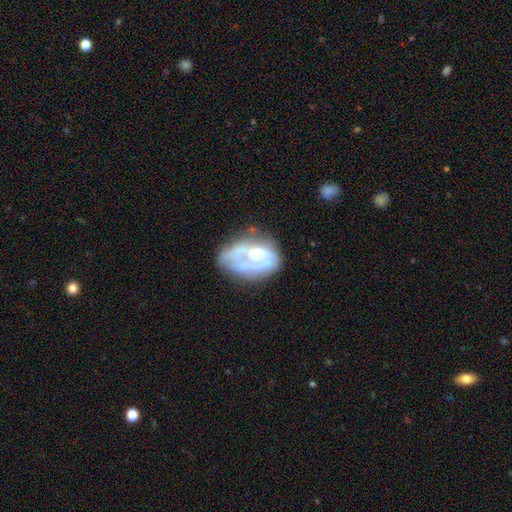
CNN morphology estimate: Smooth or featured: featured or disk — 61% (smooth — 31%)
Edge-on disk: no — 97% (yes — 3%)
Bar: no — 79% (weak — 17%)
Spiral arms: no — 62% (yes — 38%)
Bulge size: moderate — 56% (small — 21%)
Merging: none — 37% (major disturbance — 28%)